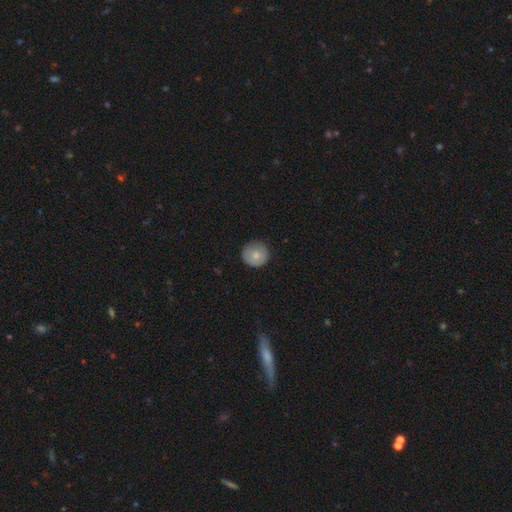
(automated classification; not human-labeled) smooth-or-featured: smooth: 76% | featured or disk: 16% | star or artifact: 7%
  how-rounded: round: 93% | in between: 6% | cigar-shaped: 1%
  merging: none: 85% | minor disturbance: 12% | major disturbance: 2% | merger: 1%